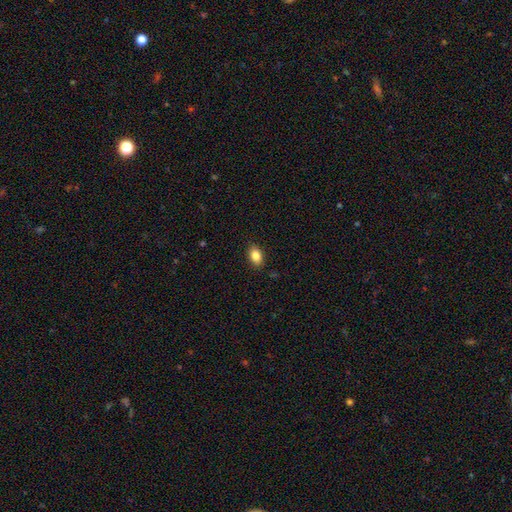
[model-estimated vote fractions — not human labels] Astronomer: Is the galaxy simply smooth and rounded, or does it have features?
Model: smooth — 85%.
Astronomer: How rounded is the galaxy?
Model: in between — 86%.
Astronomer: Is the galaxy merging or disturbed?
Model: none — 88%.